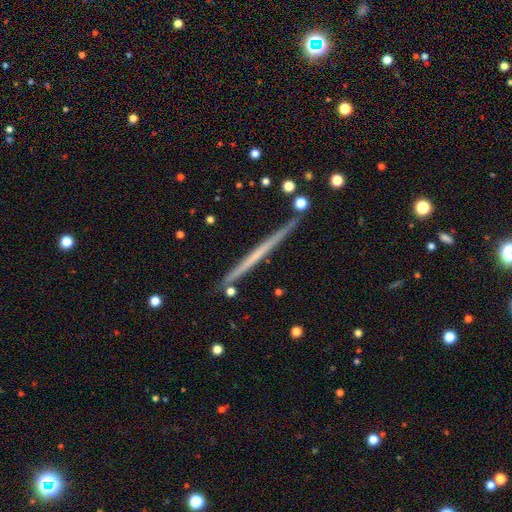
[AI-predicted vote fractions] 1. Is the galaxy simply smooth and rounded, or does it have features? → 63% featured or disk, 30% smooth, 7% star or artifact.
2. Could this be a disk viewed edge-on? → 98% yes, 2% no.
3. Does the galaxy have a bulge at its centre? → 91% none, 6% rounded, 3% boxy.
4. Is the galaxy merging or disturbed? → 89% none, 8% minor disturbance, 2% merger, 1% major disturbance.